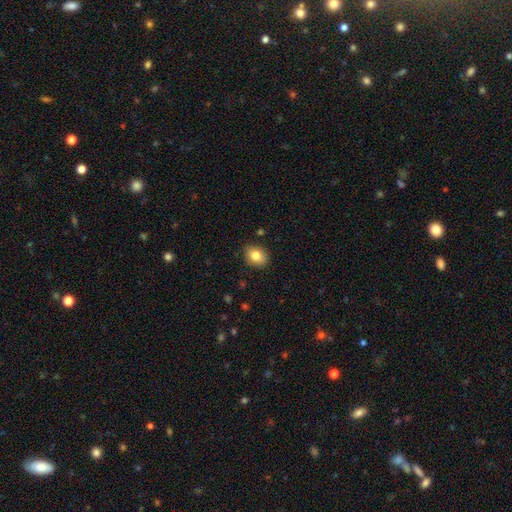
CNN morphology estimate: Q: Smooth or featured?
A: smooth (82%); runner-up: featured or disk (9%)
Q: How rounded?
A: in between (58%); runner-up: round (41%)
Q: Merging?
A: none (87%); runner-up: minor disturbance (10%)